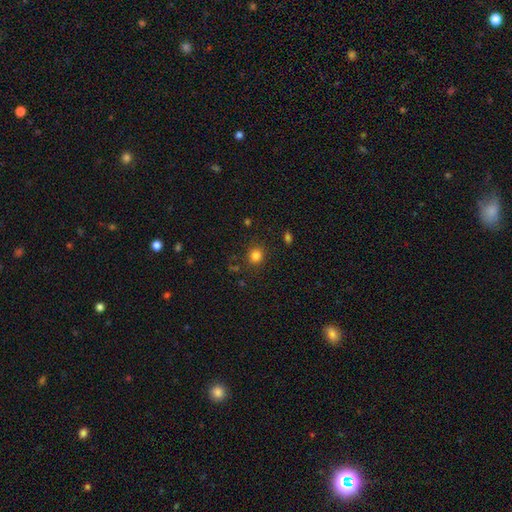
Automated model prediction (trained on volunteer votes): Smooth or featured? smooth (82%)
How rounded? round (87%)
Merging? none (86%)